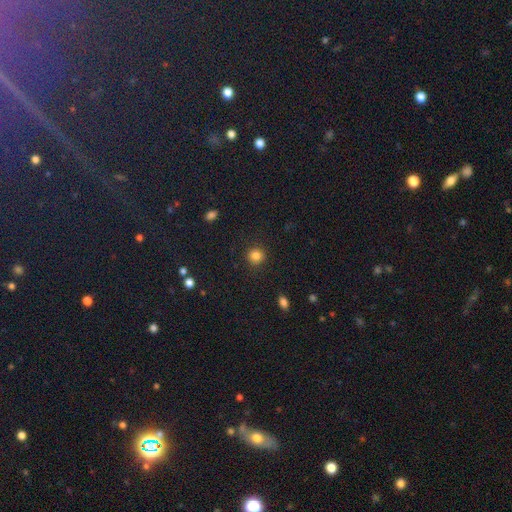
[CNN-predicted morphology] A smooth galaxy with no disk features (84%) that is round (89%).

Vote fractions:
- Smooth or featured? smooth: 84% / star or artifact: 12% / featured or disk: 4%
- How rounded? round: 89% / in between: 10% / cigar-shaped: 1%
- Merging? none: 89% / minor disturbance: 7% / major disturbance: 3% / merger: 1%